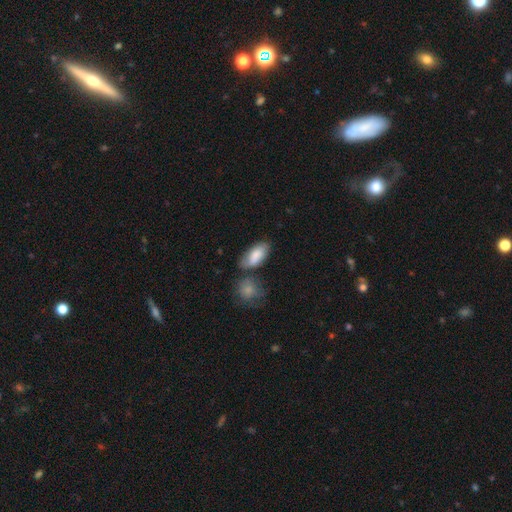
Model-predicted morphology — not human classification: smooth_or_featured: smooth (p=0.82) [alt: featured or disk p=0.12]
how_rounded: in between (p=0.91) [alt: cigar-shaped p=0.07]
merging: none (p=0.53) [alt: minor disturbance p=0.20]